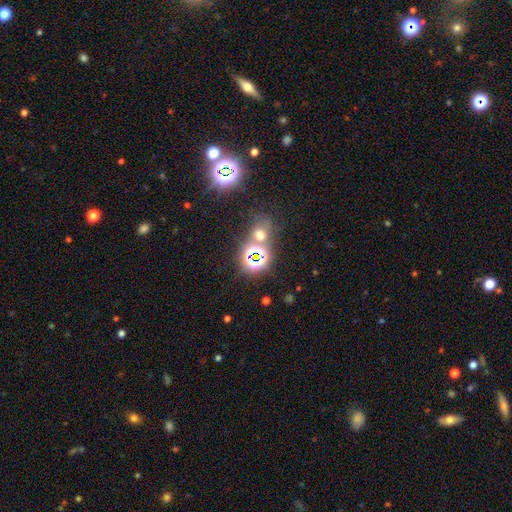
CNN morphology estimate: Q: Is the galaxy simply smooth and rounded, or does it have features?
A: star or artifact — 62%.